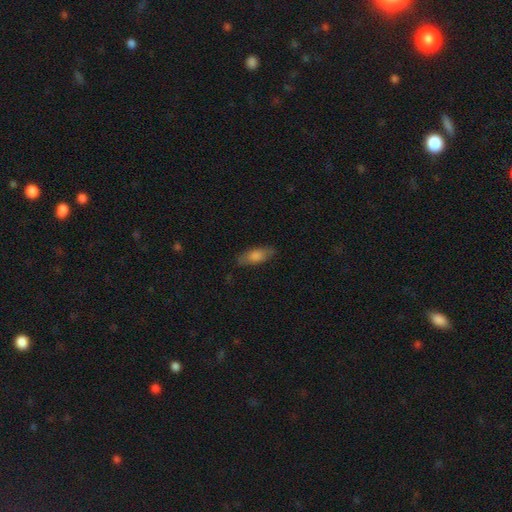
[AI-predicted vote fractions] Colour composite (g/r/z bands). It shows a smooth galaxy with no disk features (67%) that is in between round and cigar-shaped (69%). Merging: none (81%).